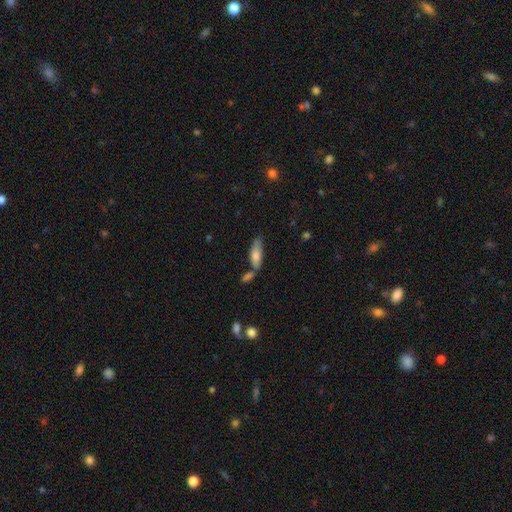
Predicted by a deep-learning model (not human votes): Smooth or featured? smooth (72%)
How rounded? in between (58%)
Merging? none (59%)